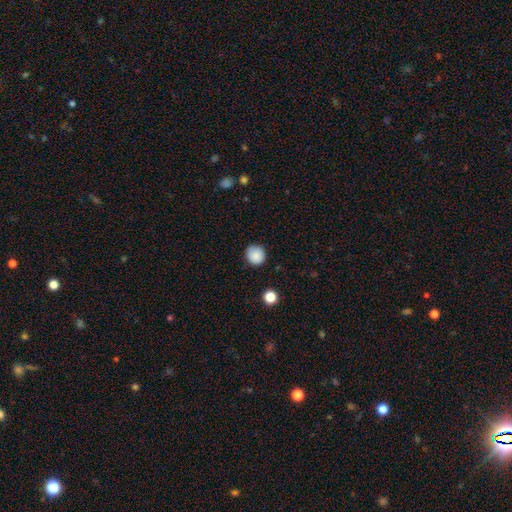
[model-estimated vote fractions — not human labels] Smooth or featured? Predicted: smooth (p=0.87). How rounded? Predicted: round (p=0.92). Merging? Predicted: none (p=0.87).